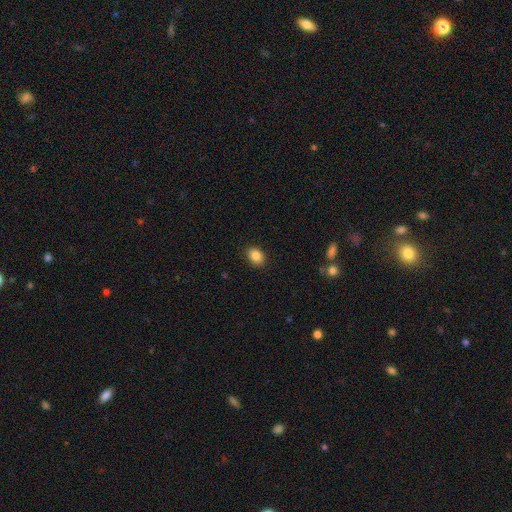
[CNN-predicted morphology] A smooth galaxy with no disk features (86%) that is in between round and cigar-shaped (69%).

Vote fractions:
- Smooth or featured? smooth: 86% / star or artifact: 9% / featured or disk: 5%
- How rounded? in between: 69% / round: 30% / cigar-shaped: 1%
- Merging? none: 89% / minor disturbance: 8% / major disturbance: 2% / merger: 1%